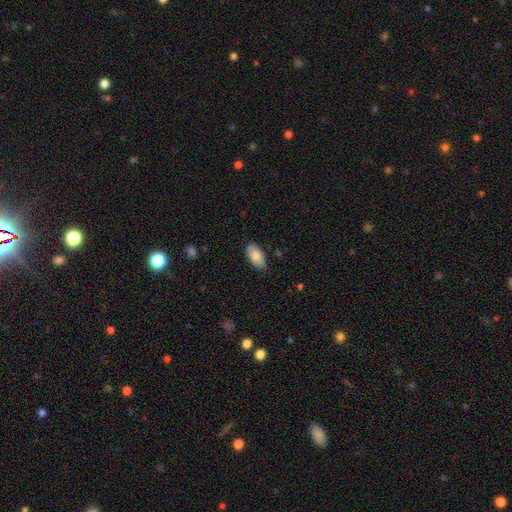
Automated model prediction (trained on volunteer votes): Q: Smooth or featured?
A: smooth (77%); runner-up: featured or disk (17%)
Q: How rounded?
A: in between (94%); runner-up: cigar-shaped (3%)
Q: Merging?
A: none (85%); runner-up: minor disturbance (12%)